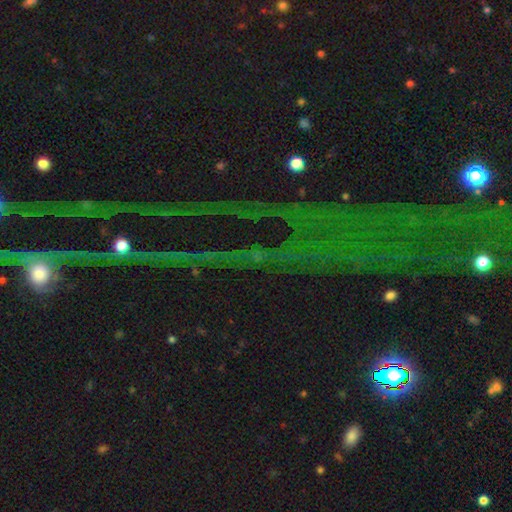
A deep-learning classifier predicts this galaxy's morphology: Smooth or featured?
  - star or artifact: 80% *
  - featured or disk: 11%
  - smooth: 9%